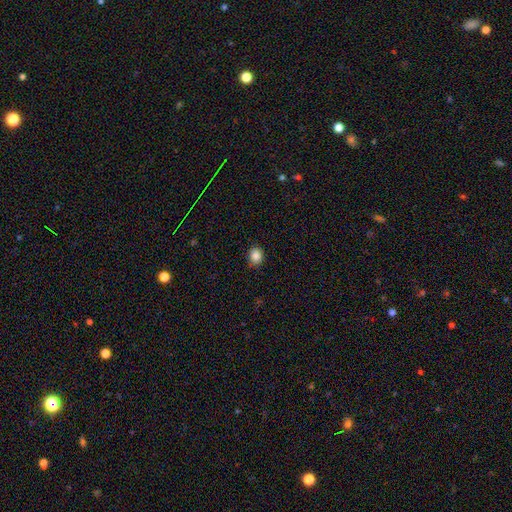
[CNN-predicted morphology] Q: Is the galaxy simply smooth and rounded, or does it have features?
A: smooth — 86%.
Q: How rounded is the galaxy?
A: round — 69%.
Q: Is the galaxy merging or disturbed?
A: none — 89%.